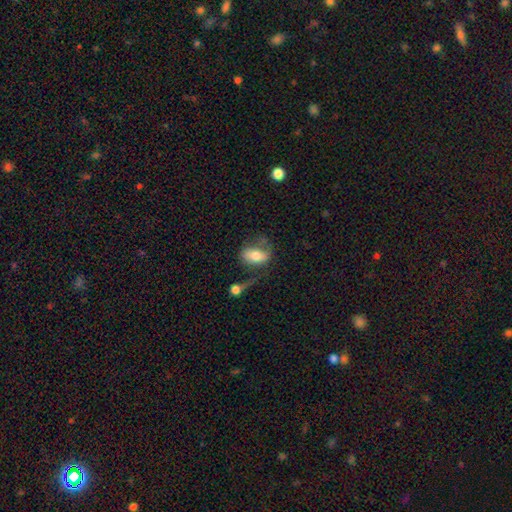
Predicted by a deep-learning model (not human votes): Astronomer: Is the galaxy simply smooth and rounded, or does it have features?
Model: smooth — 59%.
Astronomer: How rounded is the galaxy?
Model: in between — 86%.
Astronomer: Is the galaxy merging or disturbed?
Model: none — 37% (runner-up: major disturbance, 25%).